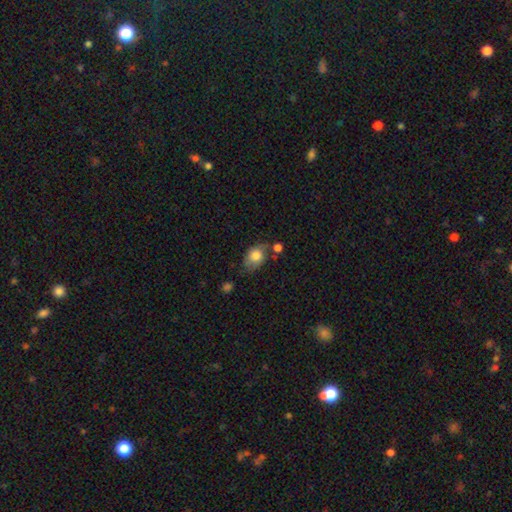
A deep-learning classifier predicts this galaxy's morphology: smooth-or-featured: smooth: 79% | featured or disk: 13% | star or artifact: 8%
  how-rounded: in between: 71% | round: 28% | cigar-shaped: 1%
  merging: none: 51% | minor disturbance: 26% | merger: 14% | major disturbance: 9%